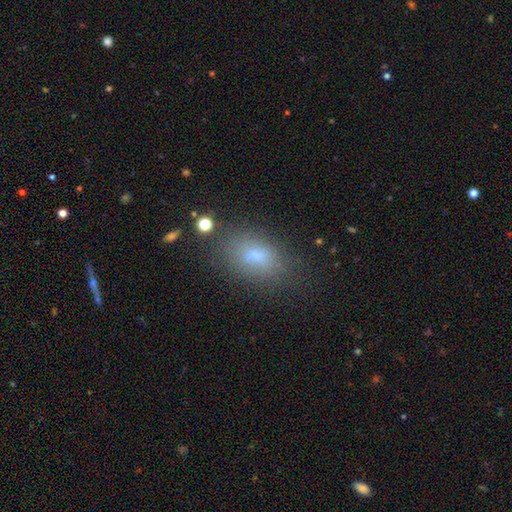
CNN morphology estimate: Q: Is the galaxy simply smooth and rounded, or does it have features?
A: smooth — 70%.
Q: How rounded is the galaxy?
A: in between — 85%.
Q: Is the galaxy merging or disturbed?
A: none — 71%.